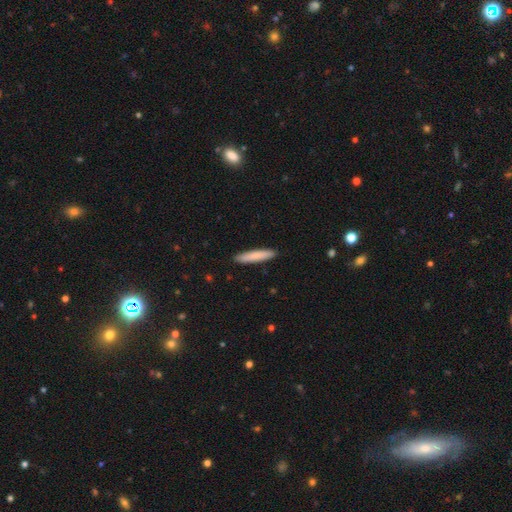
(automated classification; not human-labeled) smooth_or_featured: smooth (p=0.81) [alt: featured or disk p=0.13]
how_rounded: cigar-shaped (p=0.91) [alt: in between p=0.08]
merging: none (p=0.91) [alt: minor disturbance p=0.07]